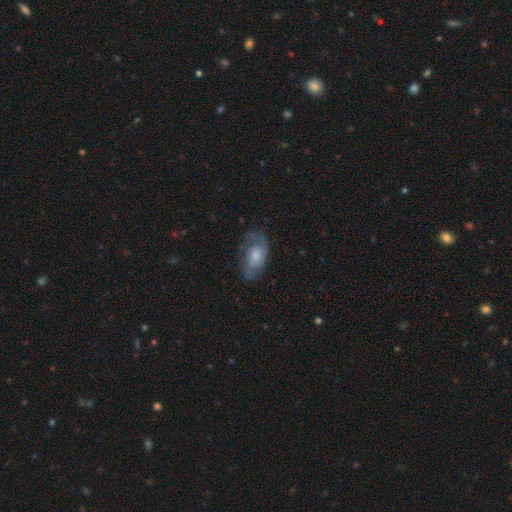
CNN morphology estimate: A featured or disk galaxy (64%) with no bar (74%), 2 (56%) medium (41%) spiral arms (83%) and a moderate central bulge (42%, tied with small). Merging: none (62%).